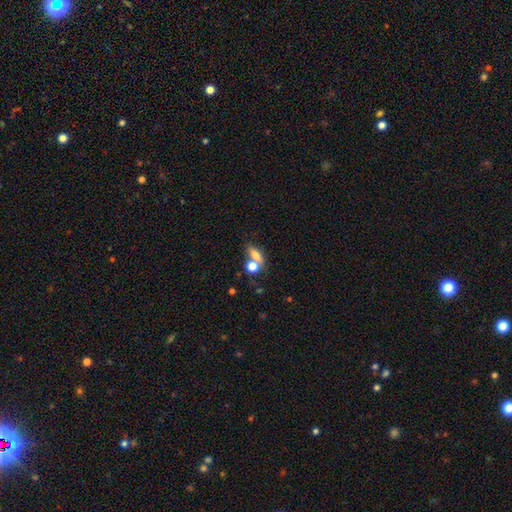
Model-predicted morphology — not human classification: Overall: smooth (71%). How rounded: in between (64%). Merging: merger (43%; none 39%).